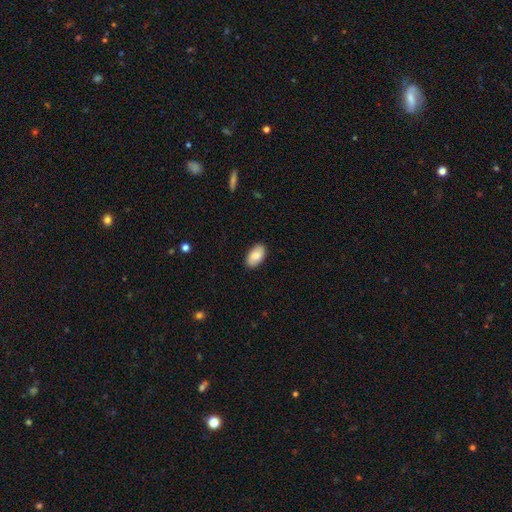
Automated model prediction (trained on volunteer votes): smooth 82%, featured or disk 12%, star or artifact 6%. Down the decision tree: how rounded — in between (95%); merging — none (88%).